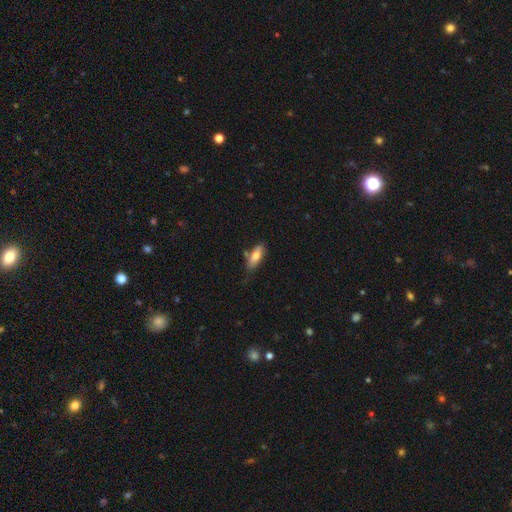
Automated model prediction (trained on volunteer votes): smooth 73%, featured or disk 20%, star or artifact 7%. Down the decision tree: how rounded — in between (74%); merging — none (60%).